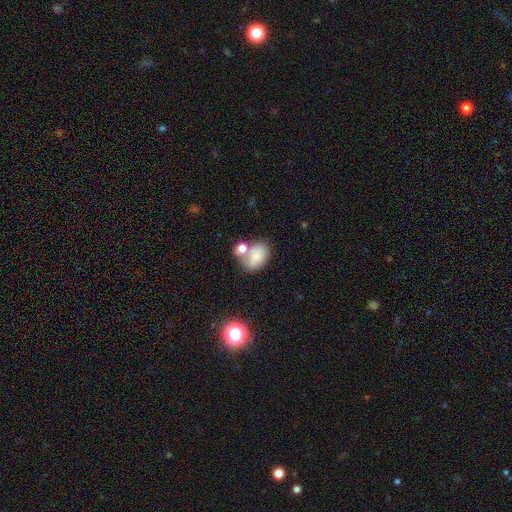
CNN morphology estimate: Smooth or featured? Predicted: smooth (p=0.73). How rounded? Predicted: in between (p=0.73). Merging? Predicted: none (p=0.44).